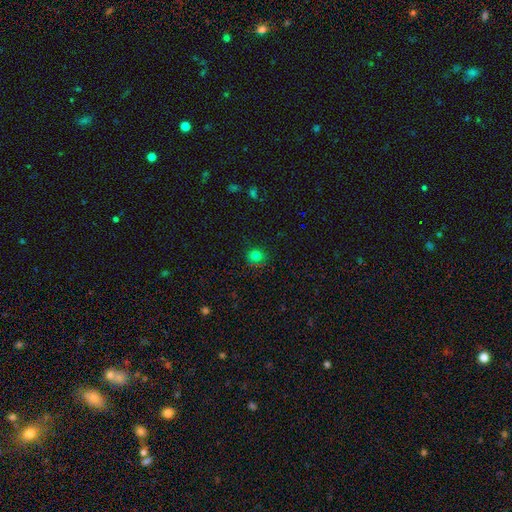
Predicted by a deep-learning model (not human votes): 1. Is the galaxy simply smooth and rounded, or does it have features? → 78% smooth, 16% star or artifact, 6% featured or disk.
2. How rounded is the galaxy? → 85% round, 14% in between, 1% cigar-shaped.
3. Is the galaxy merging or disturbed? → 75% none, 17% minor disturbance, 6% major disturbance, 2% merger.